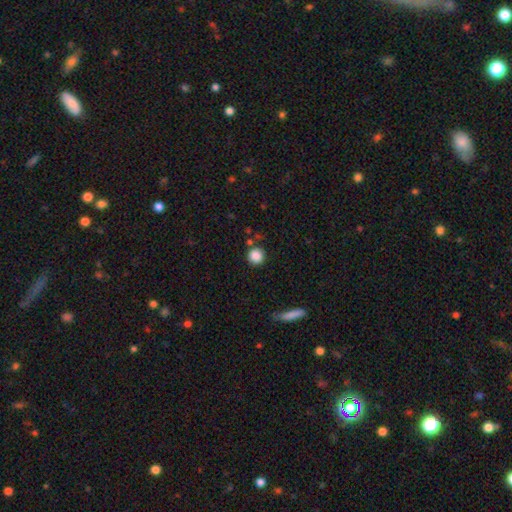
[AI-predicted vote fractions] smooth-or-featured: smooth: 87% | star or artifact: 10% | featured or disk: 4%
  how-rounded: round: 93% | in between: 6% | cigar-shaped: 1%
  merging: none: 83% | minor disturbance: 9% | merger: 5% | major disturbance: 3%